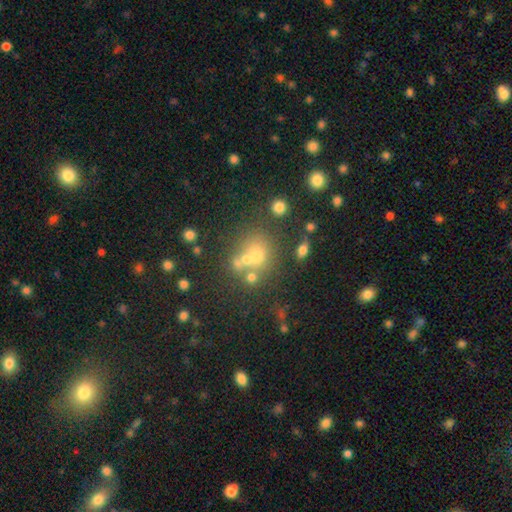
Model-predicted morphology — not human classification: A smooth galaxy with no disk features (57%) that is round (74%).

Vote fractions:
- Smooth or featured? smooth: 57% / star or artifact: 25% / featured or disk: 18%
- How rounded? round: 74% / in between: 25% / cigar-shaped: 1%
- Merging? none: 51% / merger: 31% / minor disturbance: 11% / major disturbance: 7%